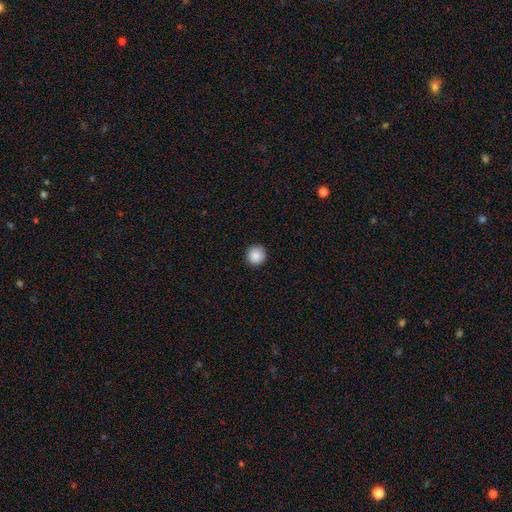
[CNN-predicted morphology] smooth_or_featured: smooth (p=0.89) [alt: star or artifact p=0.09]
how_rounded: round (p=0.95) [alt: in between p=0.04]
merging: none (p=0.92) [alt: minor disturbance p=0.06]